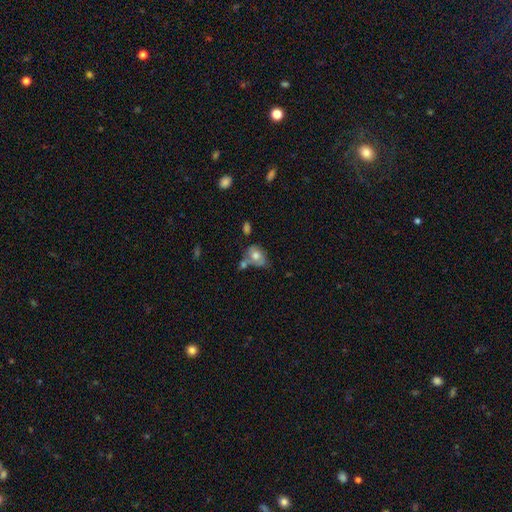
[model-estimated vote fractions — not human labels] Smooth or featured? Predicted: smooth (p=0.64). How rounded? Predicted: in between (p=0.72). Merging? Predicted: none (p=0.34).